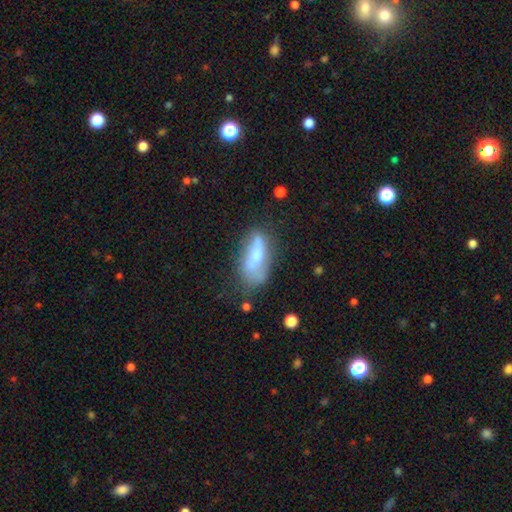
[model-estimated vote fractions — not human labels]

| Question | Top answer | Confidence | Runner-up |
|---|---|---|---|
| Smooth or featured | smooth | 56% | featured or disk (36%) |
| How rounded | in between | 71% | cigar-shaped (27%) |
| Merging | none | 47% | minor disturbance (30%) |